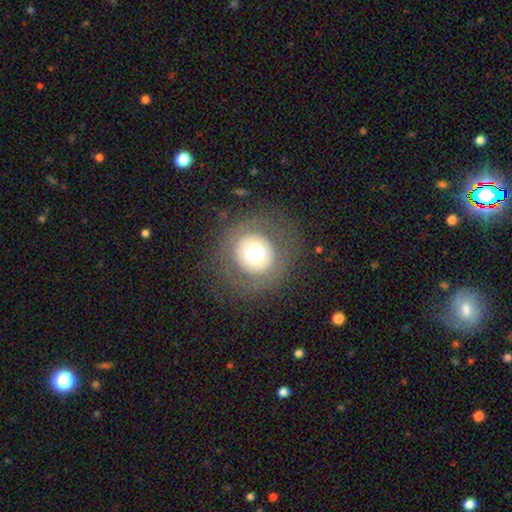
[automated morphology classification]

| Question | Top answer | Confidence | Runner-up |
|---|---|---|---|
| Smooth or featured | smooth | 58% | featured or disk (30%) |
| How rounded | round | 94% | in between (5%) |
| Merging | none | 84% | minor disturbance (8%) |